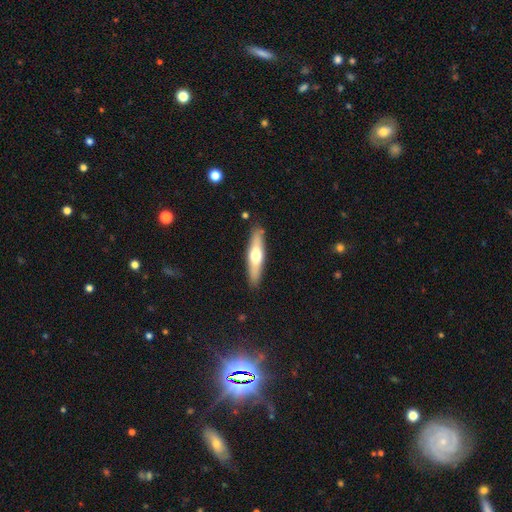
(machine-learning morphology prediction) Smooth or featured? Predicted: smooth (p=0.53). How rounded? Predicted: cigar-shaped (p=0.76). Merging? Predicted: none (p=0.86).